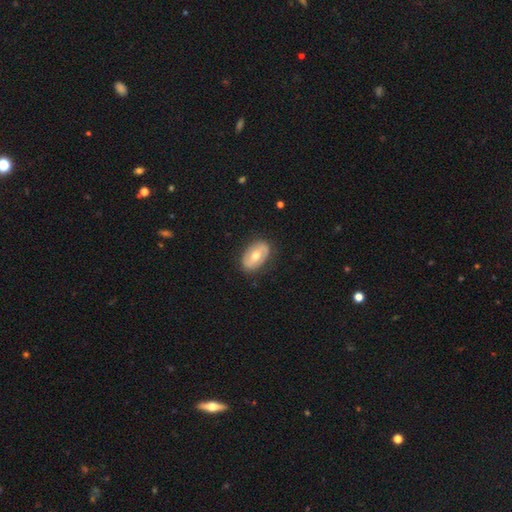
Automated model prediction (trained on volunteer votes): A smooth galaxy with no disk features (47%, tied with featured or disk).

Vote fractions:
- Smooth or featured? smooth: 47% (tied) / featured or disk: 47% (tied) / star or artifact: 6%
- Merging? none: 83% / minor disturbance: 13% / major disturbance: 3% / merger: 1%